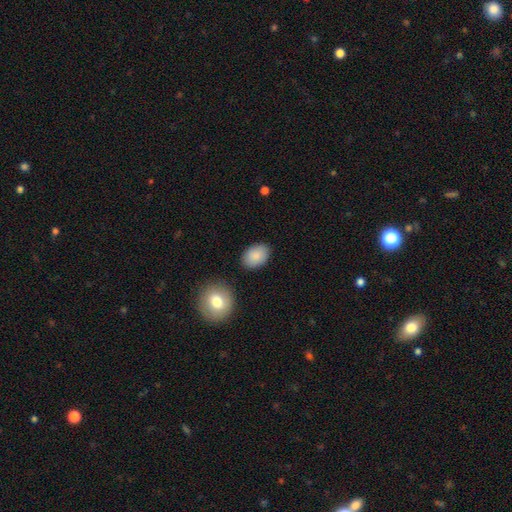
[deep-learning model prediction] smooth 88%, star or artifact 6%, featured or disk 6%. Down the decision tree: how rounded — in between (83%); merging — none (84%).